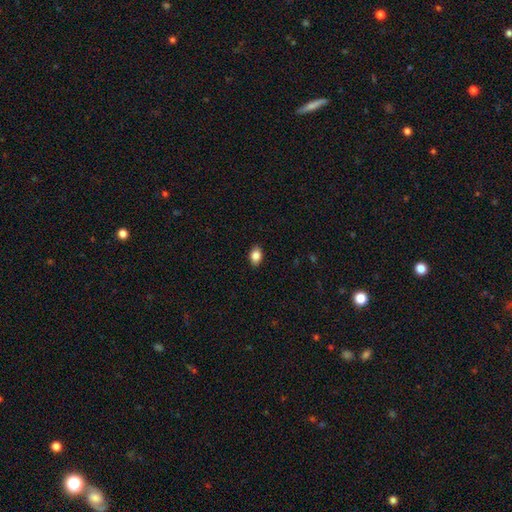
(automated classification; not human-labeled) Overall: smooth (86%). How rounded: in between (83%). Merging: none (89%).